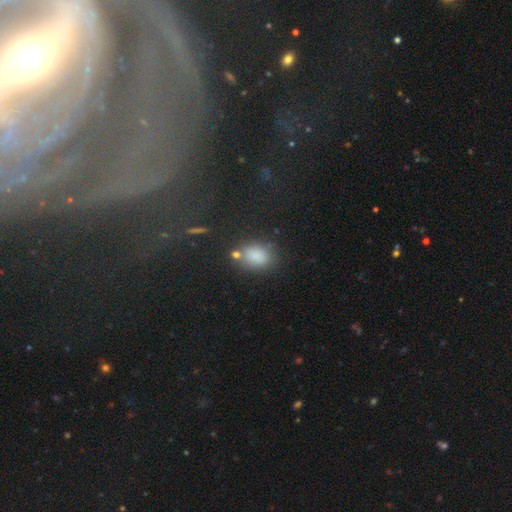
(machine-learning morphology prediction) Smooth or featured? Predicted: smooth (p=0.81). How rounded? Predicted: in between (p=0.69). Merging? Predicted: none (p=0.63).